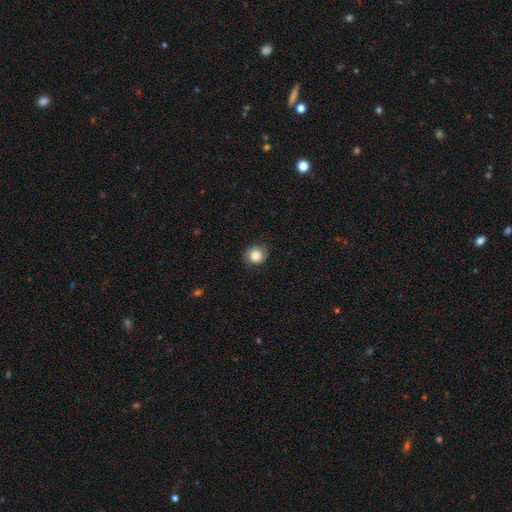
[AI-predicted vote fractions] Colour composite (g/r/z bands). It shows a smooth galaxy with no disk features (84%) that is round (81%). Merging: none (79%).